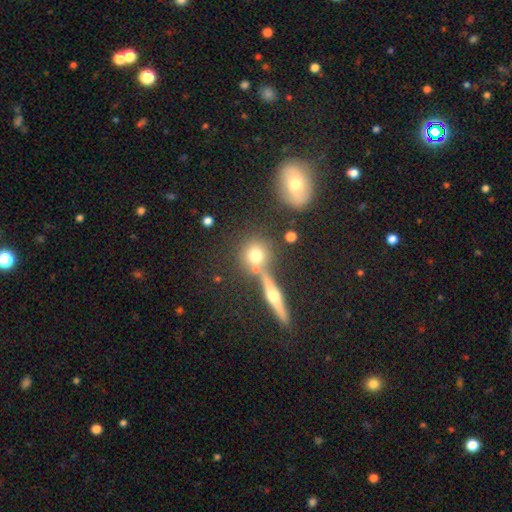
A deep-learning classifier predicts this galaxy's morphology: The model was most divided on "merging": none: 63%, merger: 24%, minor disturbance: 9%, major disturbance: 4%. More confident: how rounded — round (85%); smooth or featured — smooth (67%).